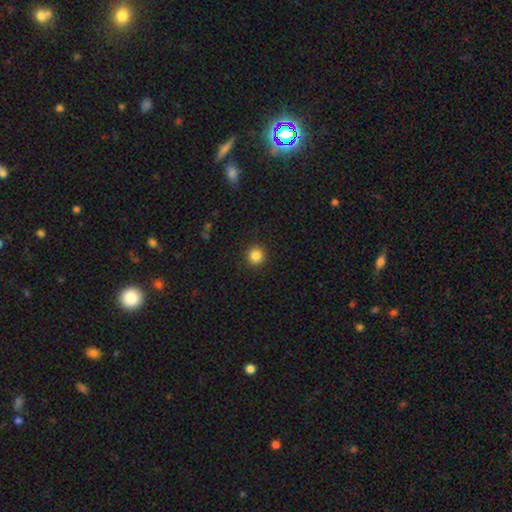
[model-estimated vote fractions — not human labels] This appears to be a smooth galaxy with no disk features (85%) that is round (93%). Merging: none (92%).